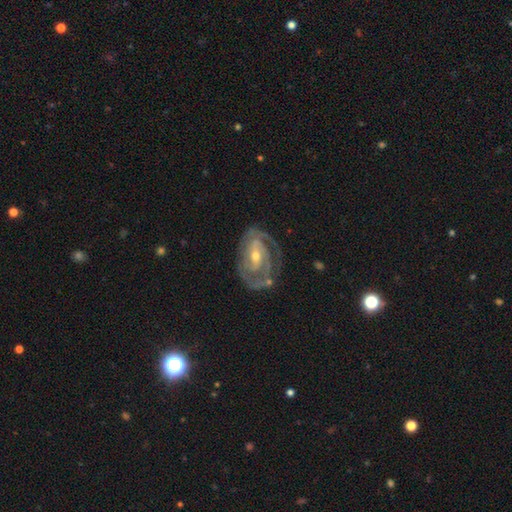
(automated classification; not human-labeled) A featured or disk galaxy (88%) with a weak bar (43%), 2 (57%) tight (64%) spiral arms (95%) and a moderate central bulge (49%). Merging: none (68%).